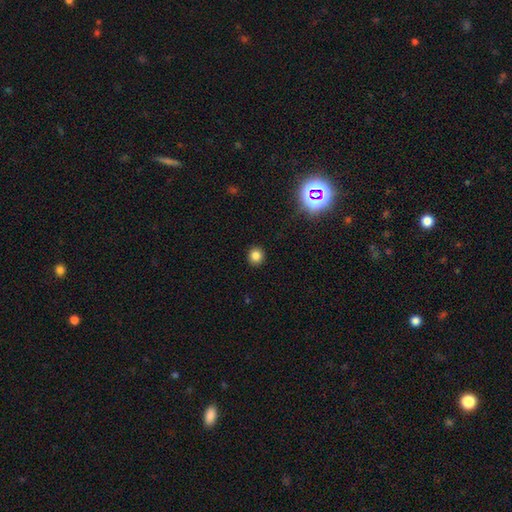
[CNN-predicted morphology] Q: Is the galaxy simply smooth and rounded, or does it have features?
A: smooth — 81%.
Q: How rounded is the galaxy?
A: round — 90%.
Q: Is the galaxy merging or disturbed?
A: none — 92%.